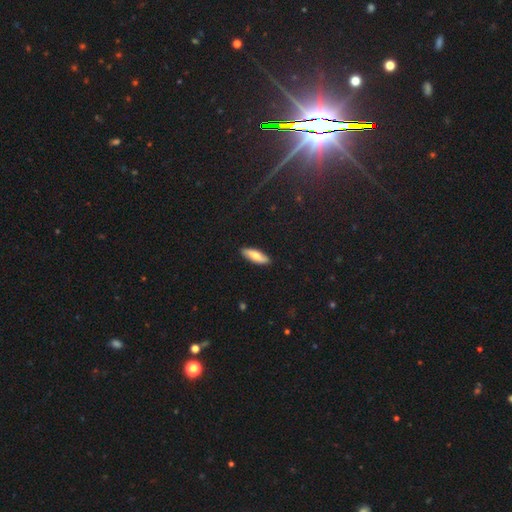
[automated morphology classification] type=smooth (70%); roundness=in between (50%); merging=none (88%).